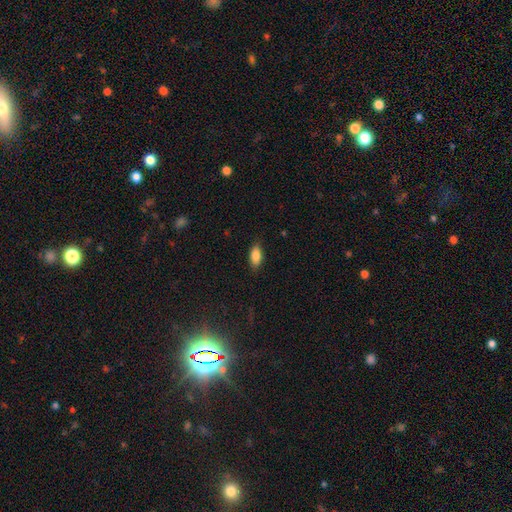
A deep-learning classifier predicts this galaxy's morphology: smooth 85%, featured or disk 8%, star or artifact 7%. Down the decision tree: how rounded — in between (87%); merging — none (85%).